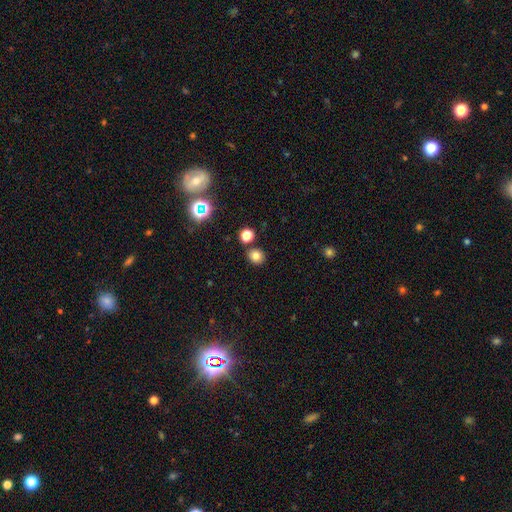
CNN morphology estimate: Smooth or featured: smooth — 78% (star or artifact — 15%)
How rounded: round — 79% (in between — 20%)
Merging: none — 83% (minor disturbance — 7%)